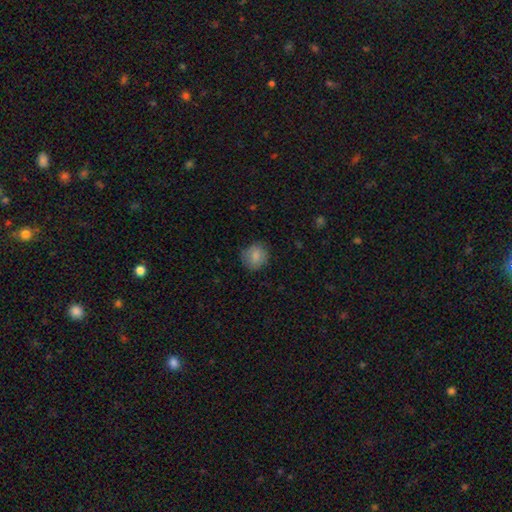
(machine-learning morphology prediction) Smooth or featured?
  - smooth: 84% *
  - star or artifact: 8%
  - featured or disk: 8%
How rounded?
  - round: 84% *
  - in between: 15%
  - cigar-shaped: 1%
Merging?
  - none: 84% *
  - minor disturbance: 12%
  - major disturbance: 3%
  - merger: 1%